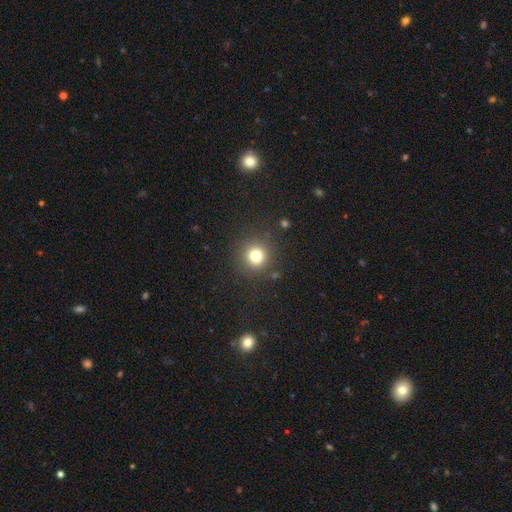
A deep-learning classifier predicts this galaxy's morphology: Overall: smooth (78%). How rounded: round (93%). Merging: none (88%).